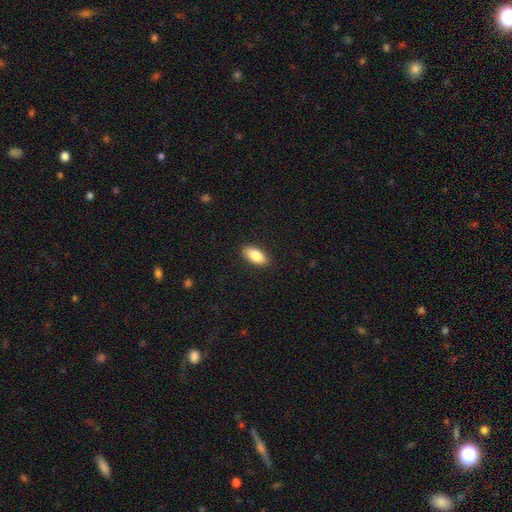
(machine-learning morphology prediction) Smooth or featured?
  - smooth: 85% *
  - featured or disk: 9%
  - star or artifact: 6%
How rounded?
  - in between: 90% *
  - cigar-shaped: 7%
  - round: 3%
Merging?
  - none: 89% *
  - minor disturbance: 8%
  - major disturbance: 2%
  - merger: 1%